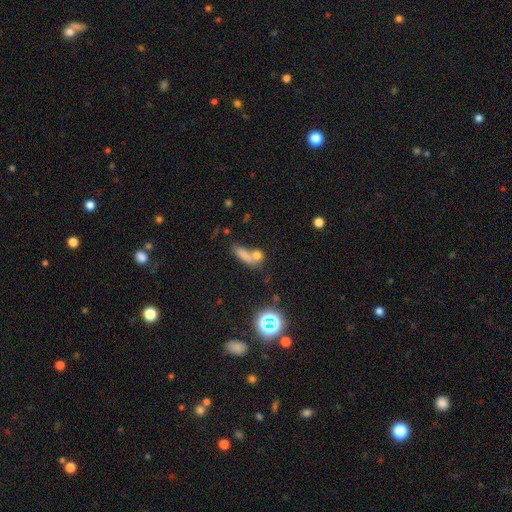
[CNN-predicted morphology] This is likely a smooth galaxy (70%). How rounded: possibly in between (50%). Merging: possibly merger (47%).